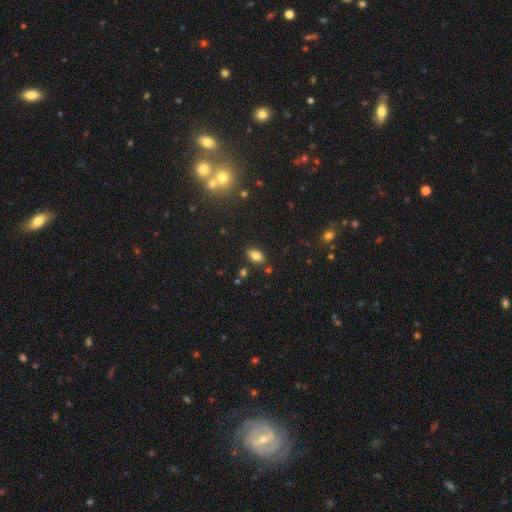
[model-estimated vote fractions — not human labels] This is likely a smooth galaxy (80%). How rounded: clearly in between (89%). Merging: clearly none (82%).